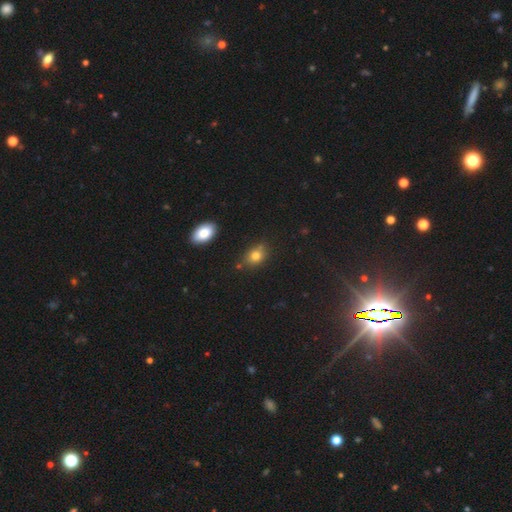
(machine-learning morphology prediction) Smooth or featured? smooth (80%)
How rounded? in between (68%)
Merging? none (75%)